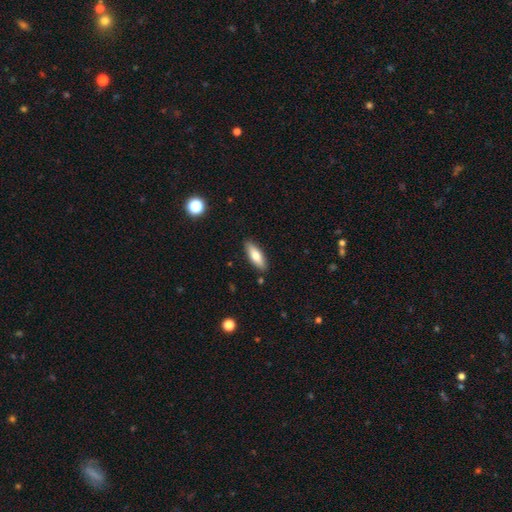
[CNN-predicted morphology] Smooth or featured?
  - smooth: 71% *
  - featured or disk: 22%
  - star or artifact: 6%
How rounded?
  - in between: 61% *
  - cigar-shaped: 37%
  - round: 2%
Merging?
  - none: 87% *
  - minor disturbance: 9%
  - major disturbance: 2%
  - merger: 2%